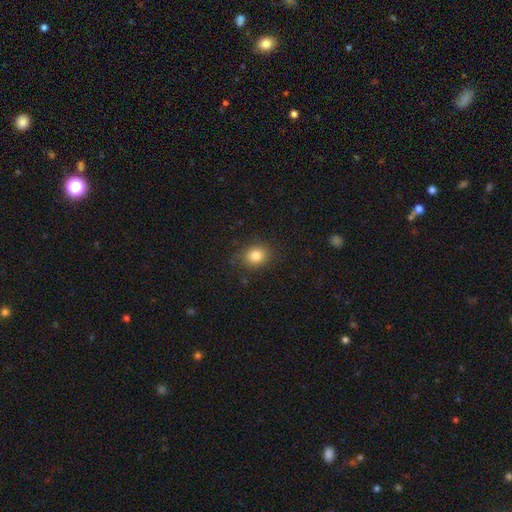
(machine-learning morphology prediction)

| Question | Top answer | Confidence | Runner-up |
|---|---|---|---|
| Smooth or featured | smooth | 82% | star or artifact (11%) |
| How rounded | round | 62% | in between (37%) |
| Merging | none | 83% | minor disturbance (12%) |